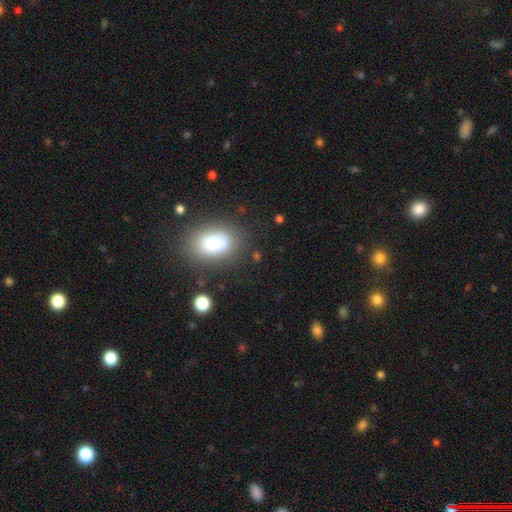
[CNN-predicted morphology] Q: Smooth or featured?
A: smooth (78%); runner-up: star or artifact (13%)
Q: How rounded?
A: in between (82%); runner-up: round (16%)
Q: Merging?
A: none (73%); runner-up: minor disturbance (18%)